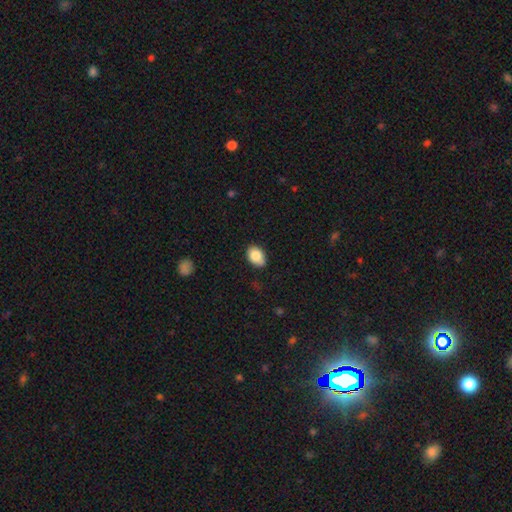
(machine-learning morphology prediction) Smooth or featured: smooth — 85% (star or artifact — 7%)
How rounded: in between — 84% (round — 15%)
Merging: none — 80% (minor disturbance — 16%)